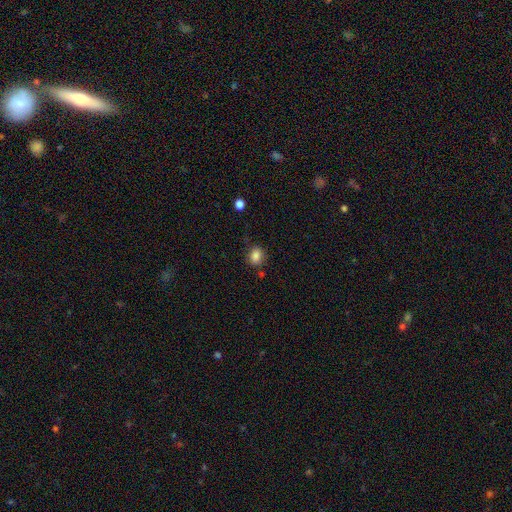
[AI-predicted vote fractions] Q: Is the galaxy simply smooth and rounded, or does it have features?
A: smooth — 85%.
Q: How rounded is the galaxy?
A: in between — 52%.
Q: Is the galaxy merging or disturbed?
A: none — 80%.